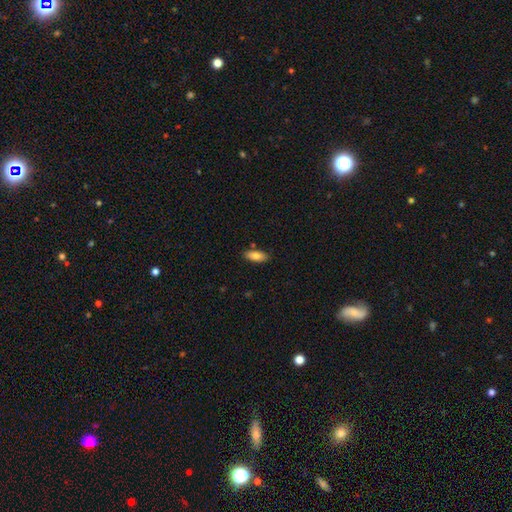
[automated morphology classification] This is clearly a smooth galaxy (83%). How rounded: clearly in between (81%). Merging: clearly none (84%).